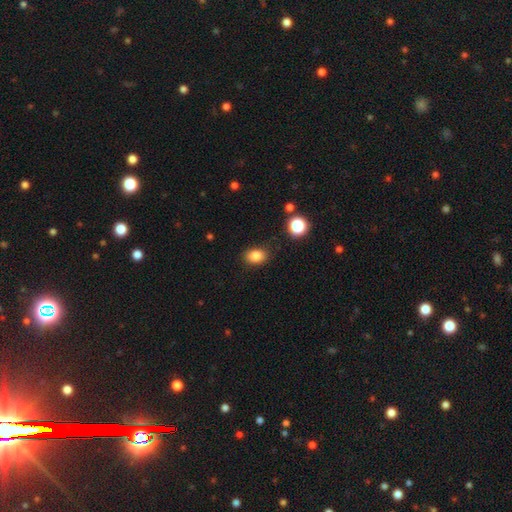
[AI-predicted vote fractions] smooth_or_featured: smooth (p=0.84) [alt: star or artifact p=0.11]
how_rounded: in between (p=0.74) [alt: round p=0.25]
merging: none (p=0.85) [alt: minor disturbance p=0.11]